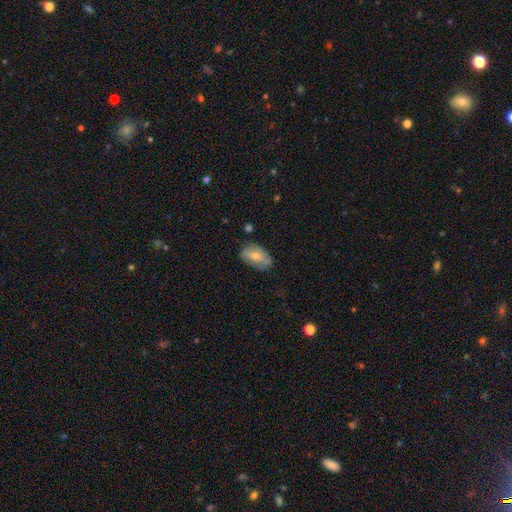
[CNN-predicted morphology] type=smooth (54%); roundness=in between (88%); merging=none (68%).